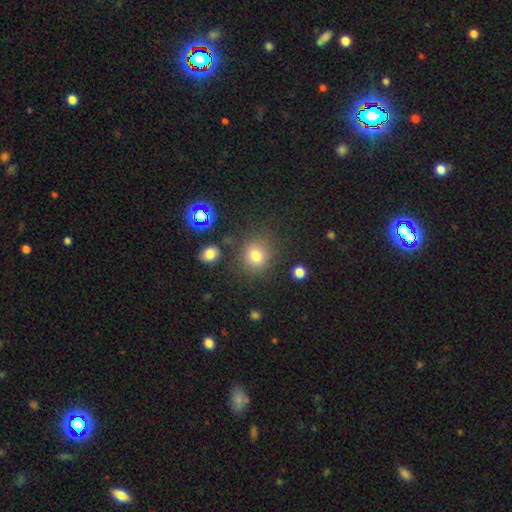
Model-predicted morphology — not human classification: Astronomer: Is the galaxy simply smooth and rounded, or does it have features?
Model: smooth — 76%.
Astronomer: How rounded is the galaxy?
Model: round — 81%.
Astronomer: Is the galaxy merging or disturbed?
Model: none — 80%.